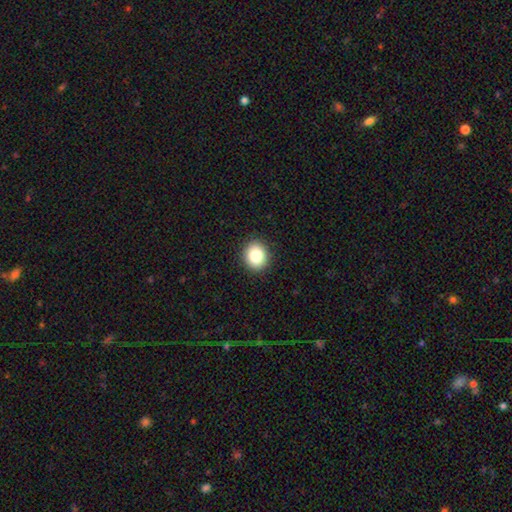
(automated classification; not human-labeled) A smooth galaxy with no disk features (83%) that is round (71%).

Vote fractions:
- Smooth or featured? smooth: 83% / star or artifact: 10% / featured or disk: 7%
- How rounded? round: 71% / in between: 28% / cigar-shaped: 1%
- Merging? none: 91% / minor disturbance: 6% / major disturbance: 2% / merger: 1%